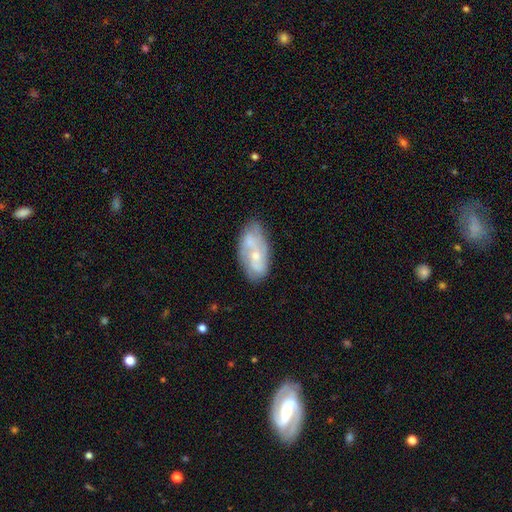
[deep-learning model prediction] featured or disk 65%, smooth 29%, star or artifact 6%. Down the decision tree: edge-on disk — no (94%); bar — no (66%); spiral arms — yes (75%); bulge size — small (47%); merging — none (63%).